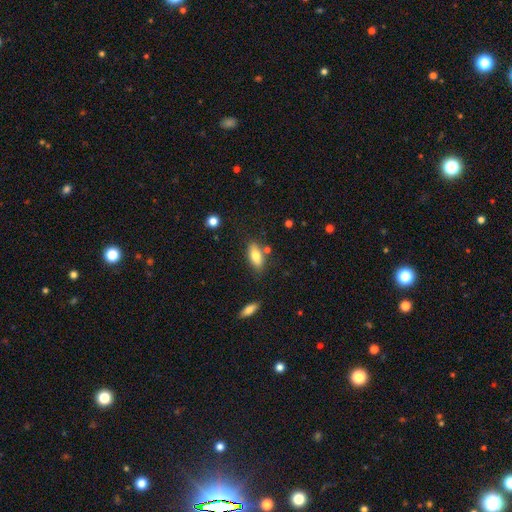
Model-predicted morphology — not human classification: Q: Smooth or featured?
A: smooth (77%); runner-up: featured or disk (16%)
Q: How rounded?
A: in between (81%); runner-up: cigar-shaped (16%)
Q: Merging?
A: none (76%); runner-up: minor disturbance (14%)